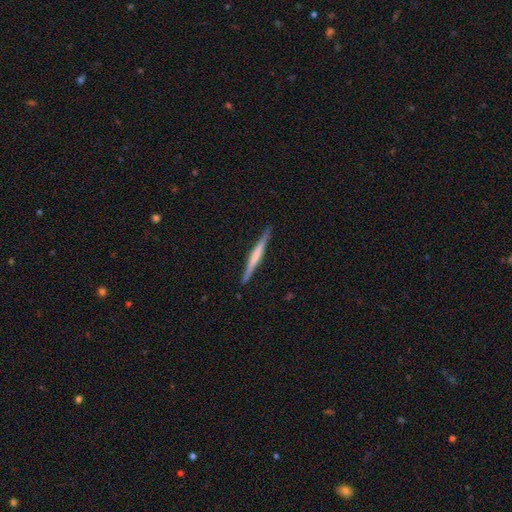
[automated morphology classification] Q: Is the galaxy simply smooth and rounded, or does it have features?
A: featured or disk — 59%.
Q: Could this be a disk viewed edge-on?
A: yes — 98%.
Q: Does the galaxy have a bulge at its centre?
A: none — 47%.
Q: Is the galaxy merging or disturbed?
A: none — 90%.